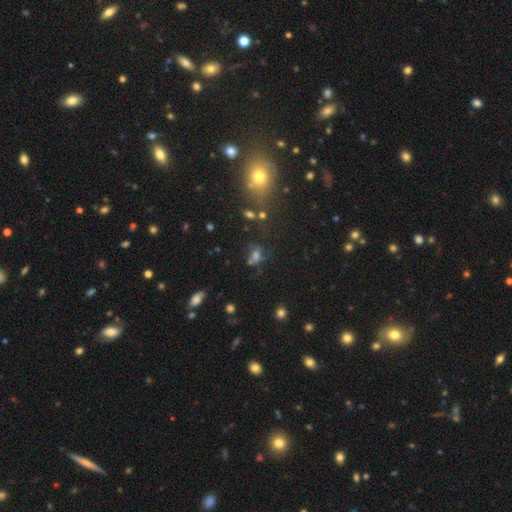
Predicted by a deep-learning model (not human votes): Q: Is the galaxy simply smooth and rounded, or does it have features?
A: smooth — 46%.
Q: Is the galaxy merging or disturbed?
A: none — 46%.